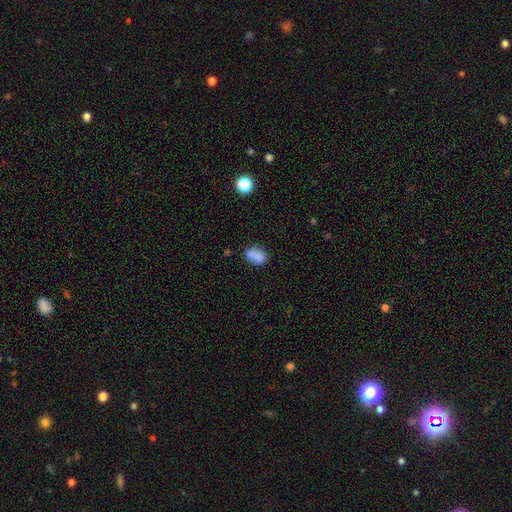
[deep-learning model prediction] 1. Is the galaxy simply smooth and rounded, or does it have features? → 77% smooth, 13% featured or disk, 10% star or artifact.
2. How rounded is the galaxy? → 71% in between, 28% round, 1% cigar-shaped.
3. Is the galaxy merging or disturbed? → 52% none, 25% merger, 18% minor disturbance, 6% major disturbance.